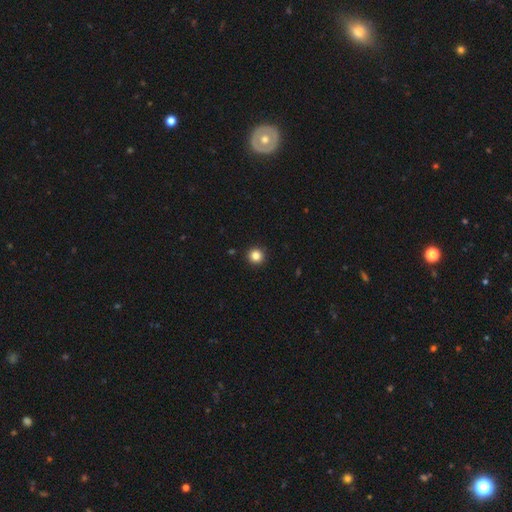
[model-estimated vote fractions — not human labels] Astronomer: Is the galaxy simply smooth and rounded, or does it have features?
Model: smooth — 84%.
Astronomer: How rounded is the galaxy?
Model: round — 96%.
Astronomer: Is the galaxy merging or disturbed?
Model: none — 94%.